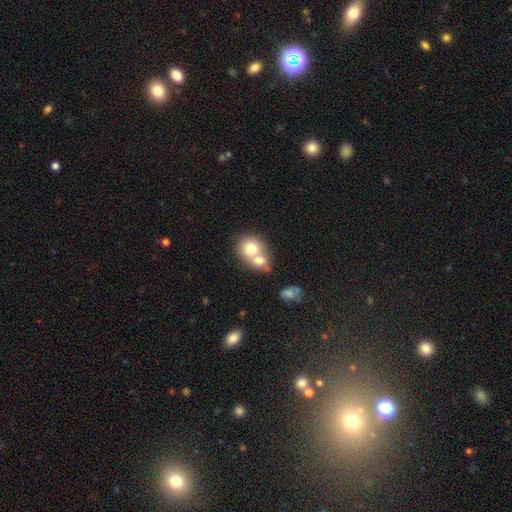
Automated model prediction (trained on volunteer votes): A smooth galaxy with no disk features (71%) that is round (72%). Merging: merger (67%).